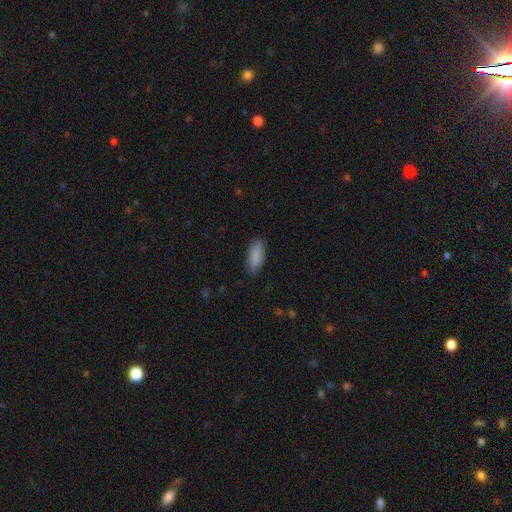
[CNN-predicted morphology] smooth_or_featured: smooth (p=0.88) [alt: star or artifact p=0.06]
how_rounded: in between (p=0.78) [alt: cigar-shaped p=0.20]
merging: none (p=0.85) [alt: minor disturbance p=0.12]